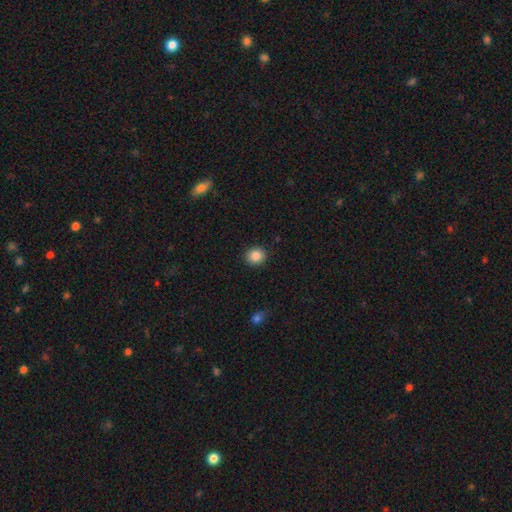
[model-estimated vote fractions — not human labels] smooth-or-featured: smooth: 86% | star or artifact: 9% | featured or disk: 4%
  how-rounded: round: 82% | in between: 17% | cigar-shaped: 1%
  merging: none: 91% | minor disturbance: 6% | major disturbance: 2% | merger: 1%